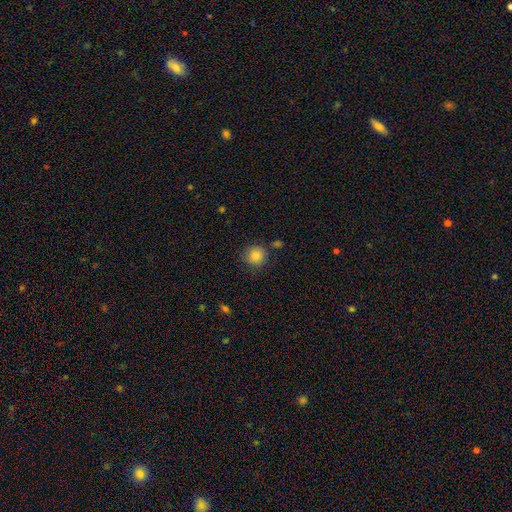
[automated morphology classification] This is clearly a smooth galaxy (82%). How rounded: clearly round (92%). Merging: clearly none (81%).